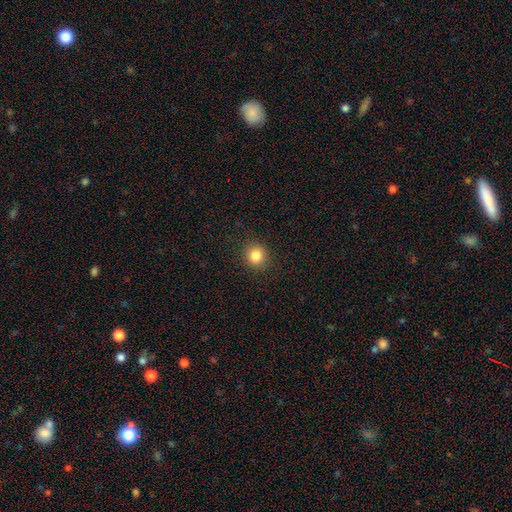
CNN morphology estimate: Smooth or featured? smooth (84%)
How rounded? round (89%)
Merging? none (91%)